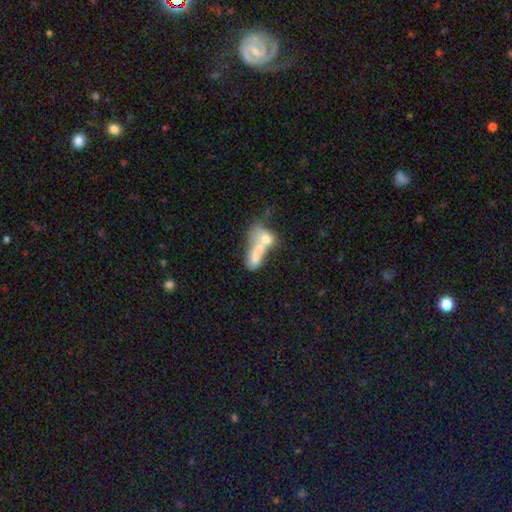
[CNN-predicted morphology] Smooth or featured? smooth (62%)
How rounded? in between (64%)
Merging? merger (68%)